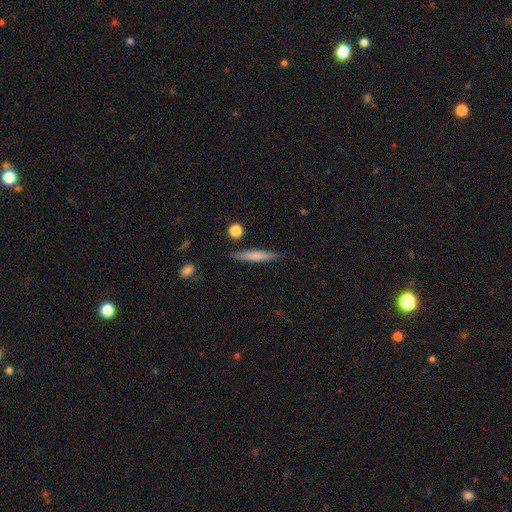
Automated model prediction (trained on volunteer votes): Smooth or featured?
  - smooth: 68% *
  - featured or disk: 25%
  - star or artifact: 6%
How rounded?
  - cigar-shaped: 93% *
  - in between: 6%
  - round: 2%
Merging?
  - none: 86% *
  - minor disturbance: 9%
  - merger: 2%
  - major disturbance: 2%